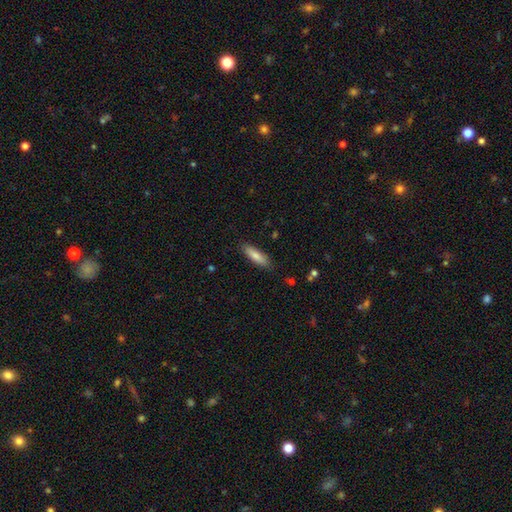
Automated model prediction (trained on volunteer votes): This appears to be a smooth galaxy with no disk features (81%) that is cigar-shaped (62%). Merging: none (85%).